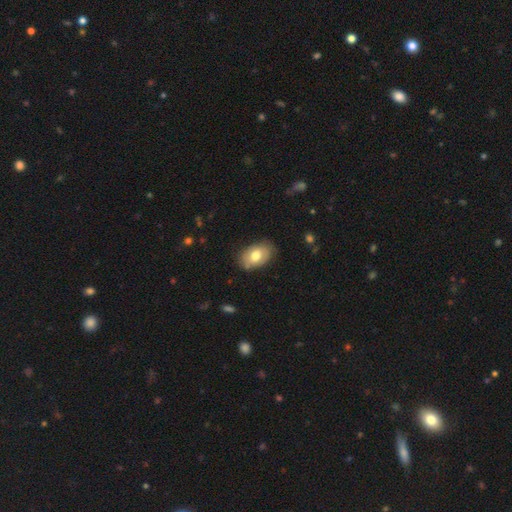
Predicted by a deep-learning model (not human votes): Overall: smooth (71%). How rounded: in between (89%). Merging: none (79%).